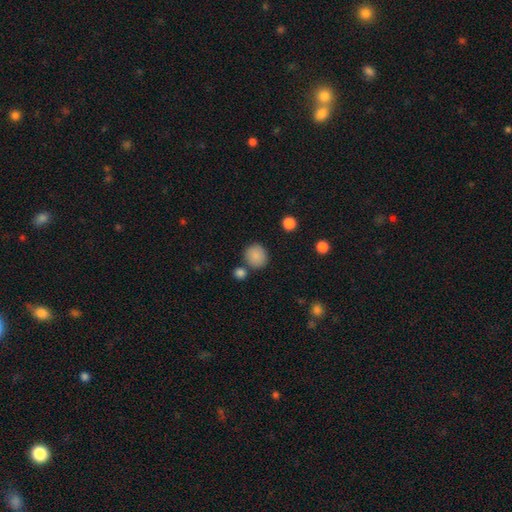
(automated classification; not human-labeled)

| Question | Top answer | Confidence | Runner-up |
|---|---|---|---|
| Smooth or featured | smooth | 86% | star or artifact (9%) |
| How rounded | round | 86% | in between (13%) |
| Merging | none | 77% | merger (11%) |